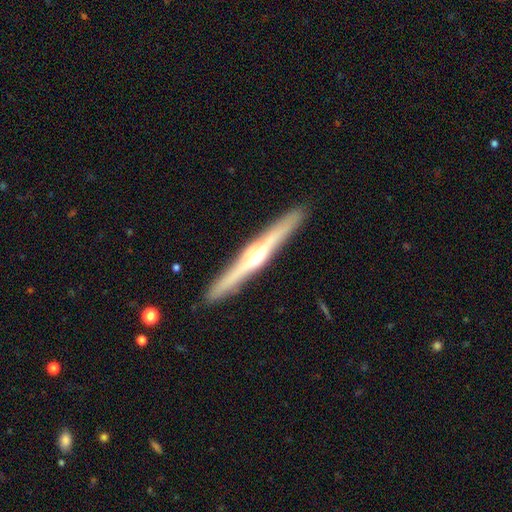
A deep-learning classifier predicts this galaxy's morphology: smooth-or-featured: featured or disk: 77% | smooth: 18% | star or artifact: 5%
  disk-edge-on: yes: 98% | no: 2%
    edge-on-bulge: rounded: 87% | none: 8% | boxy: 5%
  merging: none: 92% | minor disturbance: 6% | major disturbance: 1% | merger: 1%